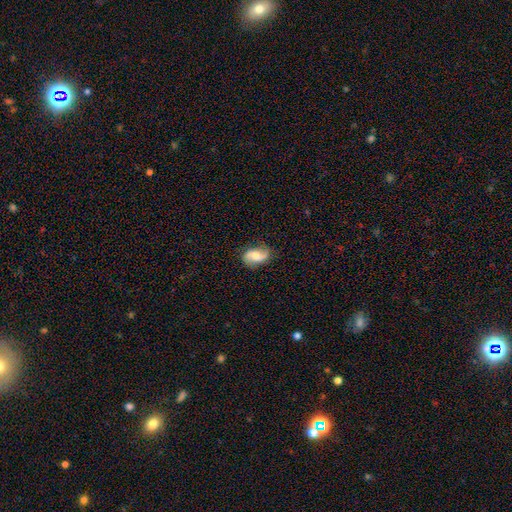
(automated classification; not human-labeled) Q: Smooth or featured?
A: featured or disk (66%); runner-up: smooth (27%)
Q: Edge-on disk?
A: no (97%); runner-up: yes (3%)
Q: Bar?
A: no (52%); runner-up: weak (37%)
Q: Spiral arms?
A: yes (93%); runner-up: no (7%)
Q: Spiral winding?
A: loose (62%); runner-up: medium (28%)
Q: Spiral arm count?
A: 2 (88%); runner-up: 1 (6%)
Q: Bulge size?
A: moderate (57%); runner-up: small (30%)
Q: Merging?
A: none (77%); runner-up: minor disturbance (17%)